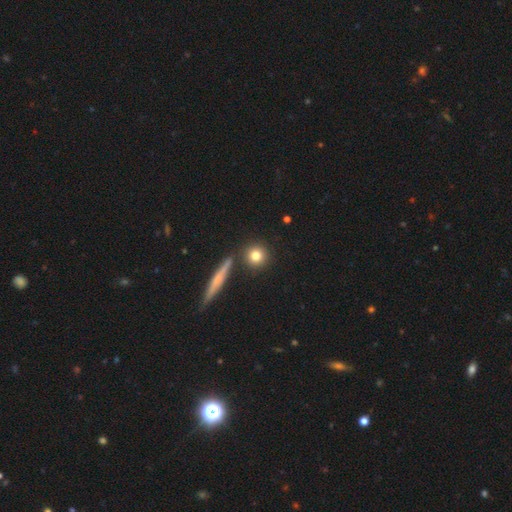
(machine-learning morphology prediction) smooth-or-featured: smooth: 79% | featured or disk: 12% | star or artifact: 10%
  how-rounded: round: 91% | in between: 6% | cigar-shaped: 3%
  merging: none: 84% | minor disturbance: 7% | merger: 7% | major disturbance: 2%